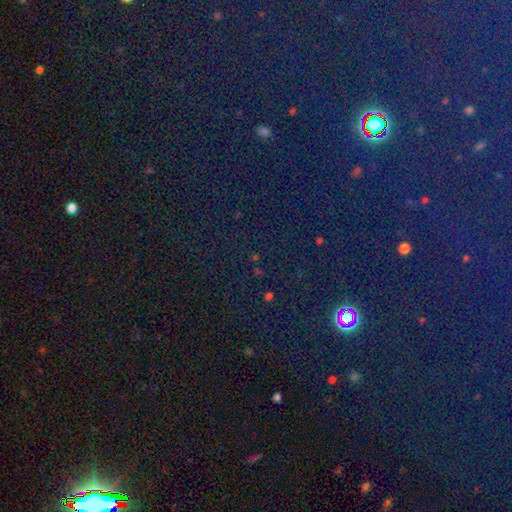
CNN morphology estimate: This is clearly a star or artifact rather than a galaxy (80%).